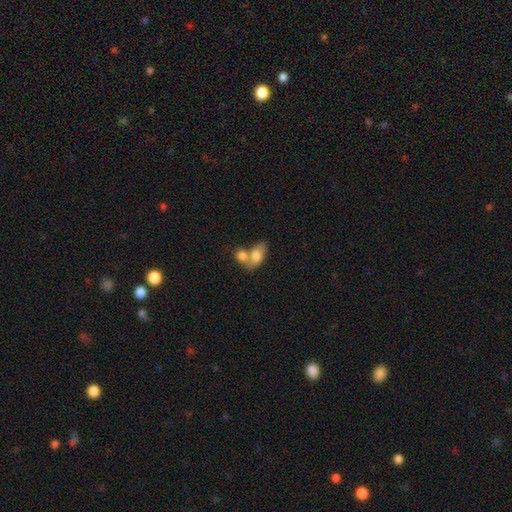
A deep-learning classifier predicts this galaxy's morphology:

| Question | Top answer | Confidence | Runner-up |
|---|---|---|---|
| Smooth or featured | smooth | 73% | featured or disk (20%) |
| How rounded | in between | 84% | round (14%) |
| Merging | merger | 63% | none (24%) |